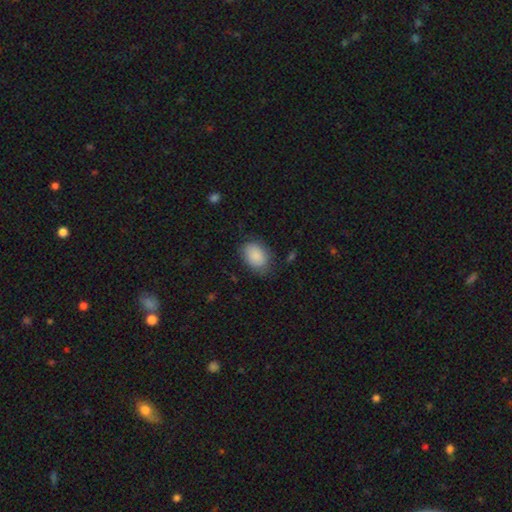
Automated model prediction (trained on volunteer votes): smooth-or-featured: smooth: 88% | star or artifact: 7% | featured or disk: 5%
  how-rounded: in between: 79% | round: 20% | cigar-shaped: 1%
  merging: none: 74% | minor disturbance: 19% | major disturbance: 5% | merger: 1%